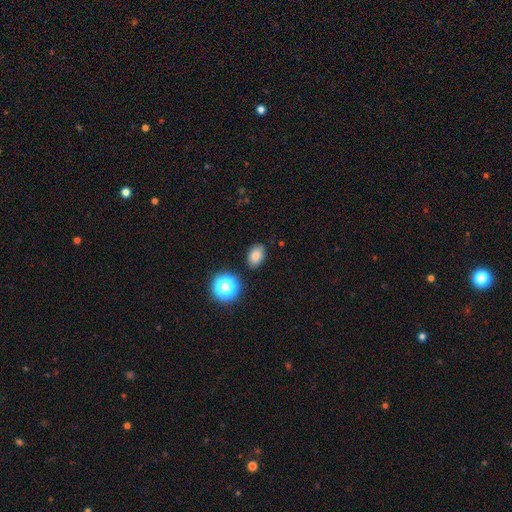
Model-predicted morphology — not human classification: A smooth galaxy with no disk features (82%) that is in between round and cigar-shaped (80%). Merging: none (86%).